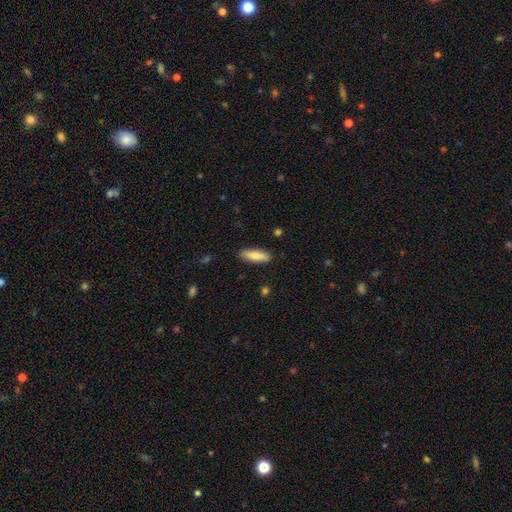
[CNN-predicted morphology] Smooth or featured? smooth (78%)
How rounded? in between (50%)
Merging? none (88%)